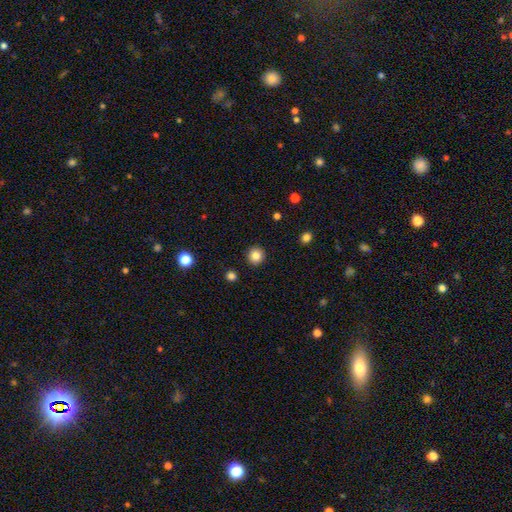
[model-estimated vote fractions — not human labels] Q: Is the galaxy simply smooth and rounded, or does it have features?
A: smooth — 84%.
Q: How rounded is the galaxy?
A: round — 94%.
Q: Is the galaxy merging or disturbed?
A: none — 93%.